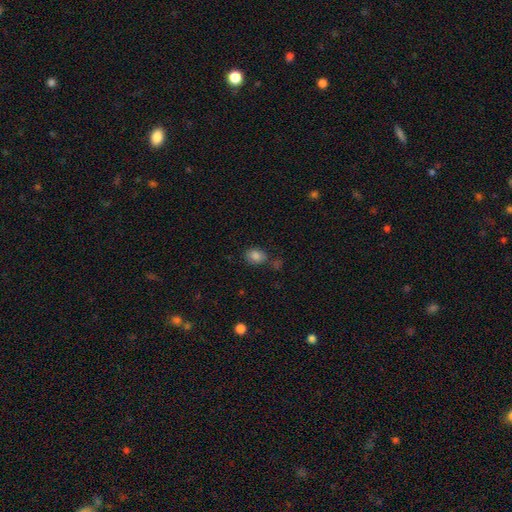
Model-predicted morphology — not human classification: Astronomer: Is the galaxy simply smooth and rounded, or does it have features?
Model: smooth — 83%.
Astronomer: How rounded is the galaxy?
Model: in between — 68%.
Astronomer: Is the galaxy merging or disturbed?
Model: none — 68%.